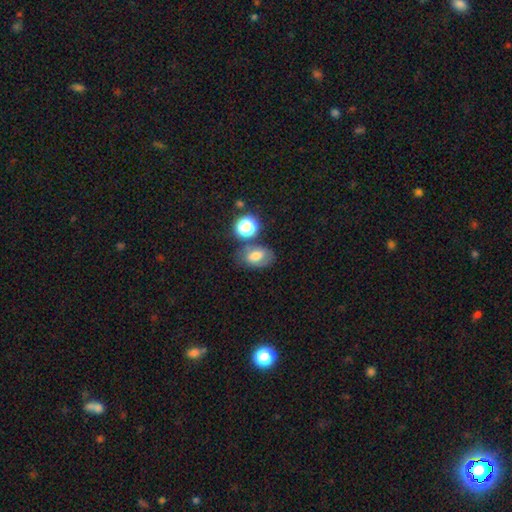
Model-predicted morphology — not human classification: Q: Smooth or featured?
A: smooth (64%); runner-up: featured or disk (21%)
Q: How rounded?
A: in between (78%); runner-up: round (21%)
Q: Merging?
A: none (62%); runner-up: minor disturbance (18%)